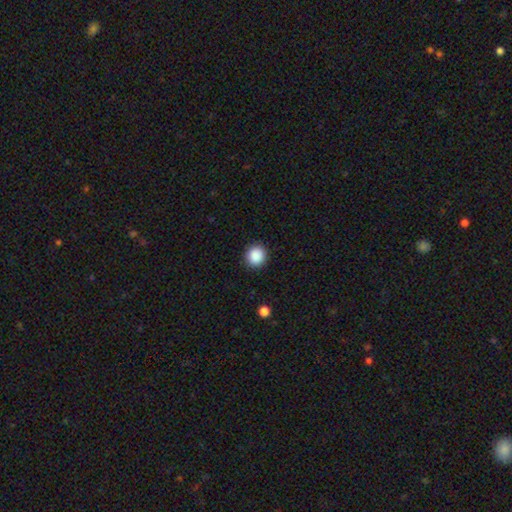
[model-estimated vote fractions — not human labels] Smooth or featured? smooth (88%)
How rounded? round (91%)
Merging? none (91%)